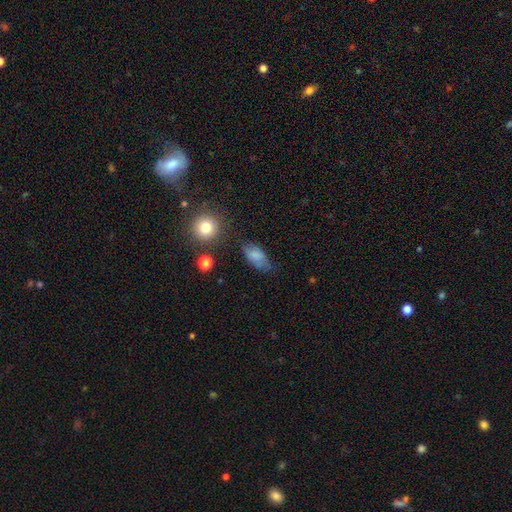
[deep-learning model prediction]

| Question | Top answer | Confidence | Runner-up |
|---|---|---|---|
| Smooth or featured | smooth | 76% | featured or disk (15%) |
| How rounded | in between | 89% | cigar-shaped (6%) |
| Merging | none | 60% | minor disturbance (27%) |